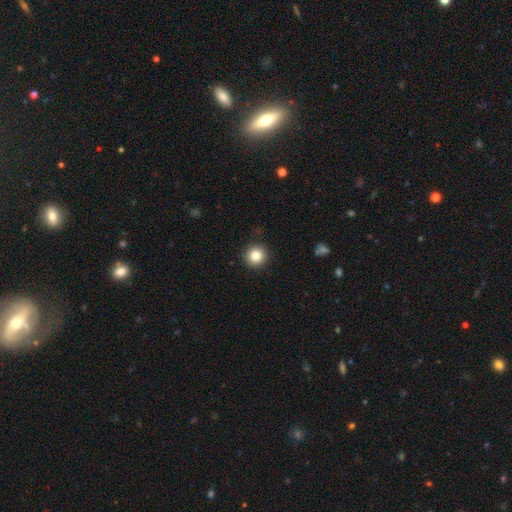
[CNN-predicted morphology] This appears to be a smooth galaxy with no disk features (83%) that is round (95%). Merging: none (91%).